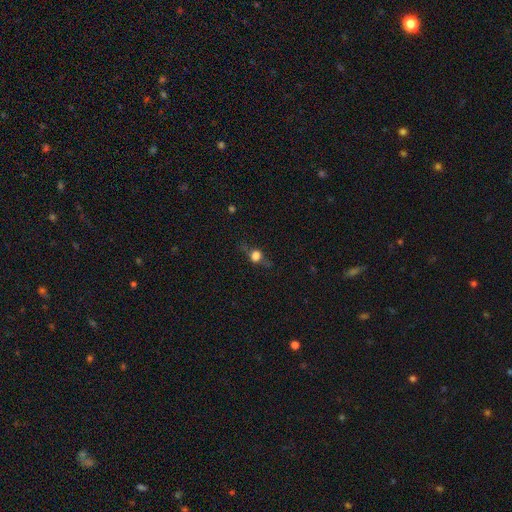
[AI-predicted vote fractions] Morphology: type=smooth (44%); merging=none (71%).